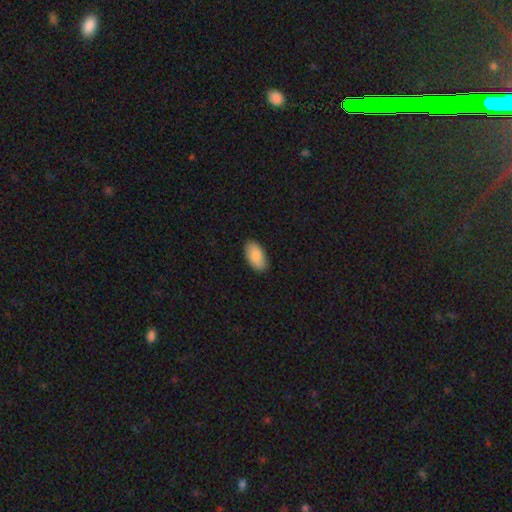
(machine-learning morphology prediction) The model was most divided on "merging": none: 86%, minor disturbance: 11%, major disturbance: 2%, merger: 1%. More confident: how rounded — in between (95%); smooth or featured — smooth (86%).